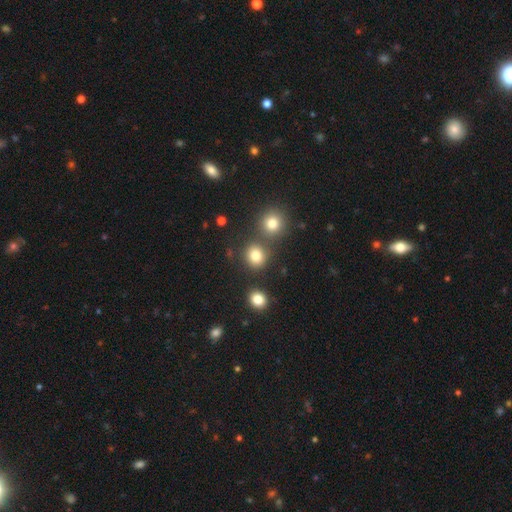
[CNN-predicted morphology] Smooth or featured? smooth (80%)
How rounded? round (83%)
Merging? none (75%)